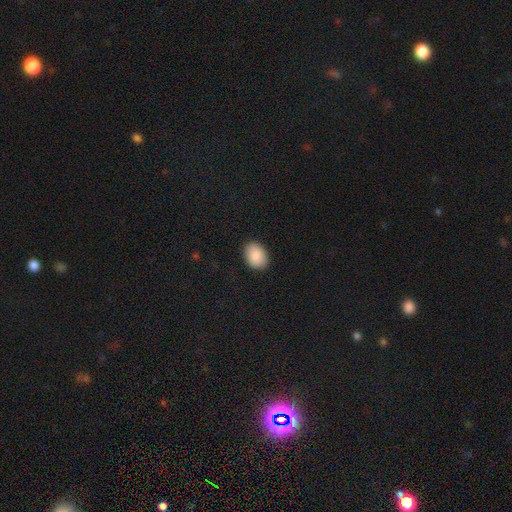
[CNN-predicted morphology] Smooth or featured?
  - smooth: 90% *
  - star or artifact: 7%
  - featured or disk: 3%
How rounded?
  - in between: 75% *
  - round: 24%
  - cigar-shaped: 1%
Merging?
  - none: 89% *
  - minor disturbance: 8%
  - major disturbance: 2%
  - merger: 1%